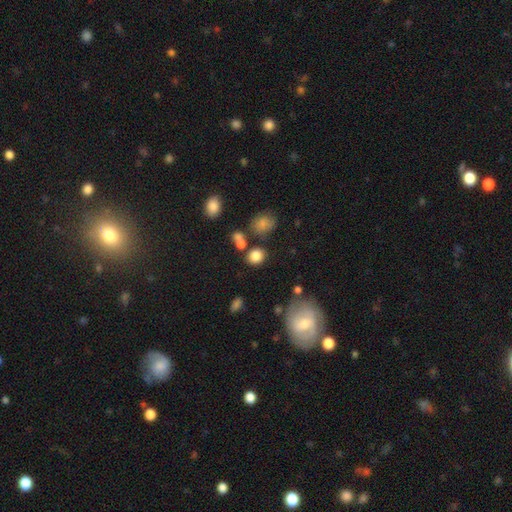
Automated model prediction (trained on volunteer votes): Smooth or featured: smooth — 82% (star or artifact — 12%)
How rounded: round — 72% (in between — 27%)
Merging: none — 73% (merger — 11%)